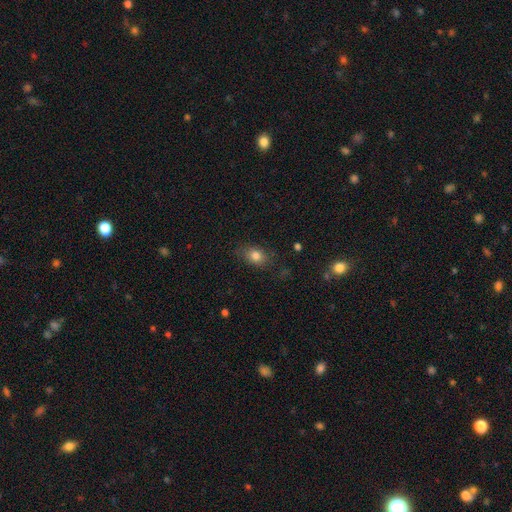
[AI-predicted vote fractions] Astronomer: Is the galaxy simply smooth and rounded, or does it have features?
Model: smooth — 80%.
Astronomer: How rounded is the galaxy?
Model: in between — 71%.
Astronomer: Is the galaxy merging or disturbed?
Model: none — 78%.